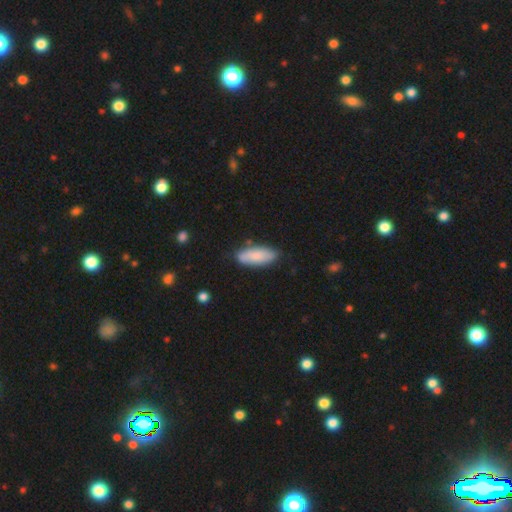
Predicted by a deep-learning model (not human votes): Smooth or featured? Predicted: smooth (p=0.80). How rounded? Predicted: in between (p=0.71). Merging? Predicted: none (p=0.77).